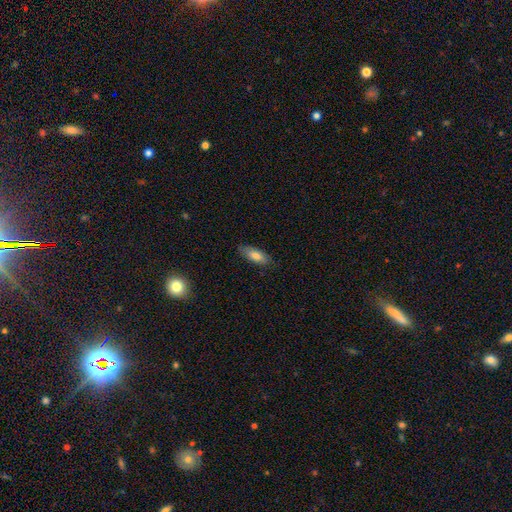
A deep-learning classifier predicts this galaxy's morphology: Smooth or featured?
  - smooth: 78% *
  - featured or disk: 16%
  - star or artifact: 7%
How rounded?
  - in between: 70% *
  - cigar-shaped: 28%
  - round: 2%
Merging?
  - none: 83% *
  - minor disturbance: 13%
  - major disturbance: 3%
  - merger: 1%